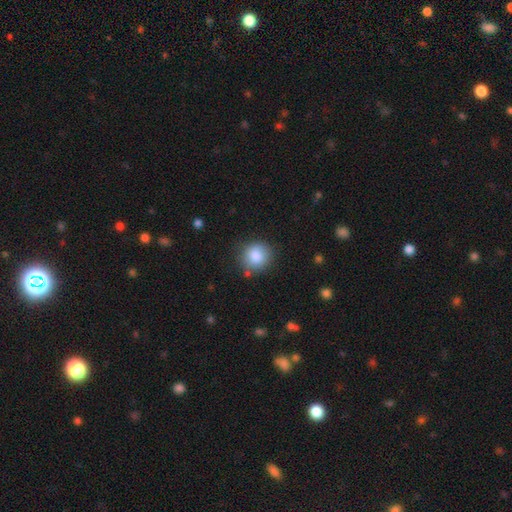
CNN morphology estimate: Smooth or featured: smooth — 85% (star or artifact — 8%)
How rounded: round — 86% (in between — 13%)
Merging: none — 80% (minor disturbance — 13%)